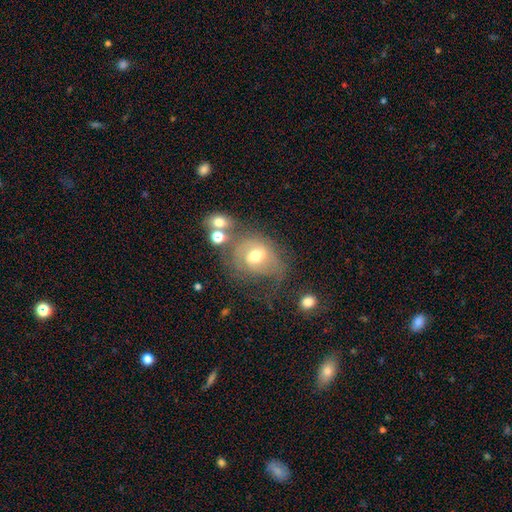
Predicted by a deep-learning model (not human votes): The model was most divided on "merging": none: 32%, major disturbance: 29%, minor disturbance: 22%, merger: 16%. Remaining: smooth or featured — featured or disk (48%).